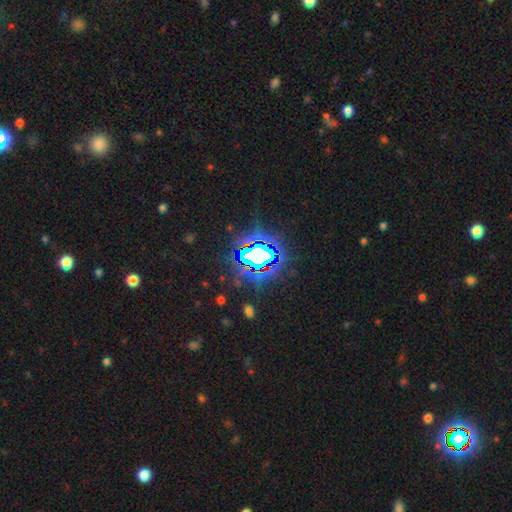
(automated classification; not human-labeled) Q: Smooth or featured?
A: star or artifact (73%); runner-up: smooth (15%)